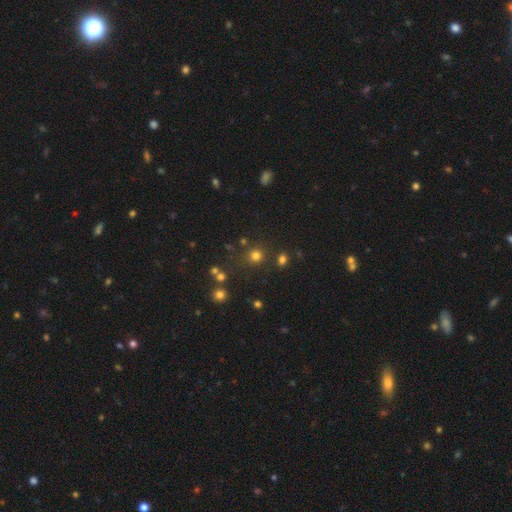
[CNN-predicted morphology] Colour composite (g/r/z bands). It shows a smooth galaxy with no disk features (75%) that is round (91%). Merging: none (82%).